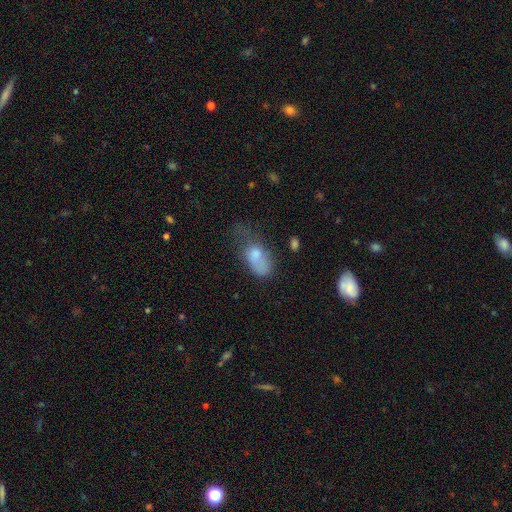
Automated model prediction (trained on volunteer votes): The model was most divided on "merging": major disturbance: 36%, minor disturbance: 30%, none: 26%, merger: 8%. More confident: how rounded — in between (84%); smooth or featured — smooth (69%).